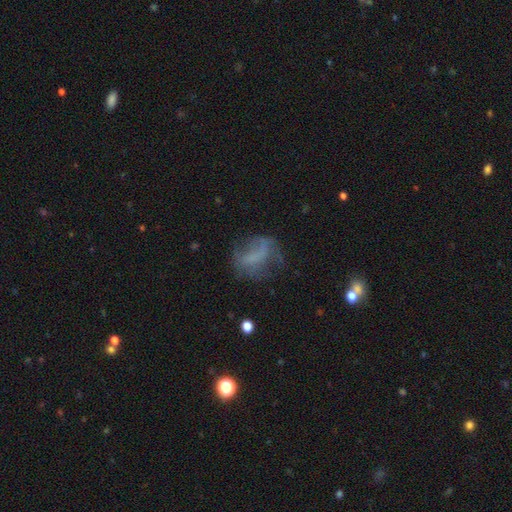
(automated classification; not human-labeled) Morphology: type=smooth (43%); merging=none (41%).